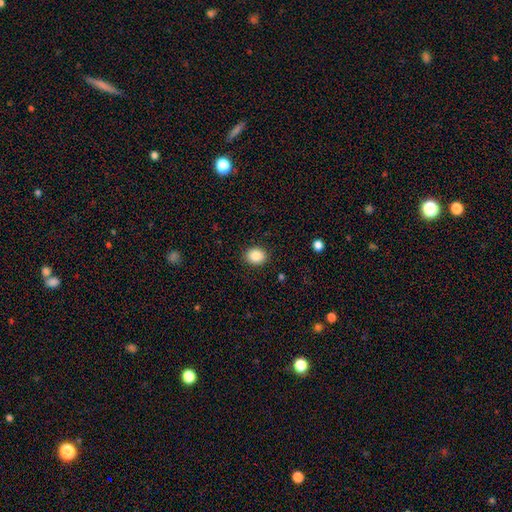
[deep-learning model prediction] This appears to be a smooth galaxy with no disk features (88%) that is round (64%). Merging: none (90%).